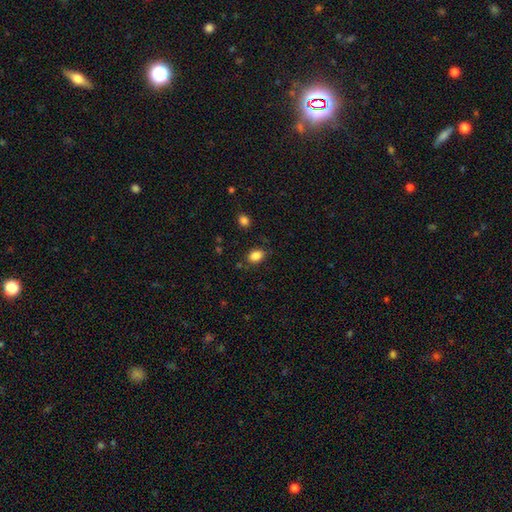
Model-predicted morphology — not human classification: Q: Smooth or featured?
A: smooth (86%); runner-up: star or artifact (10%)
Q: How rounded?
A: in between (78%); runner-up: round (21%)
Q: Merging?
A: none (80%); runner-up: minor disturbance (13%)